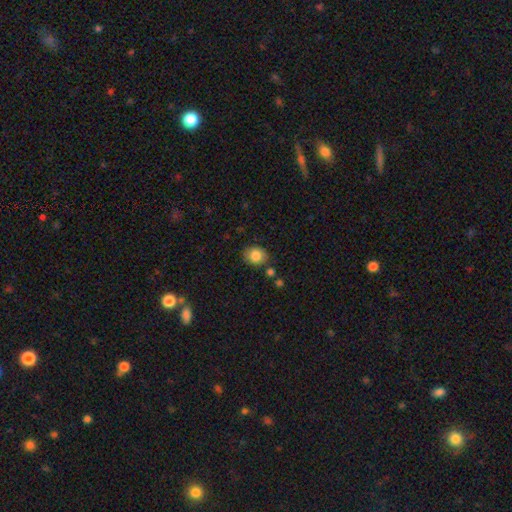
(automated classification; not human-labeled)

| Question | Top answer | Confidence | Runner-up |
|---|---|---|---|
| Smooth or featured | smooth | 83% | star or artifact (9%) |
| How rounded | round | 56% | in between (43%) |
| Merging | none | 80% | minor disturbance (12%) |